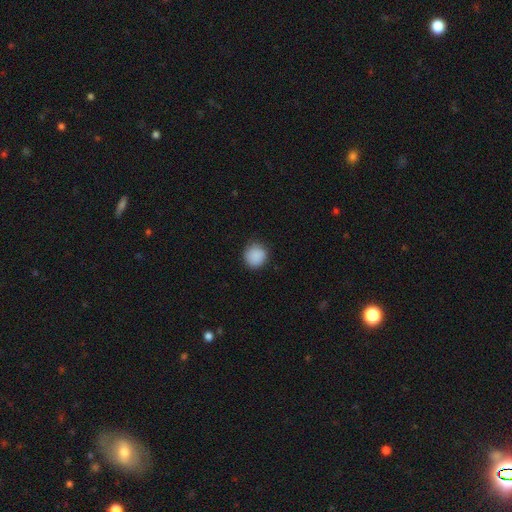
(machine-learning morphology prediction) Smooth or featured: smooth — 89% (star or artifact — 8%)
How rounded: round — 90% (in between — 9%)
Merging: none — 87% (minor disturbance — 10%)